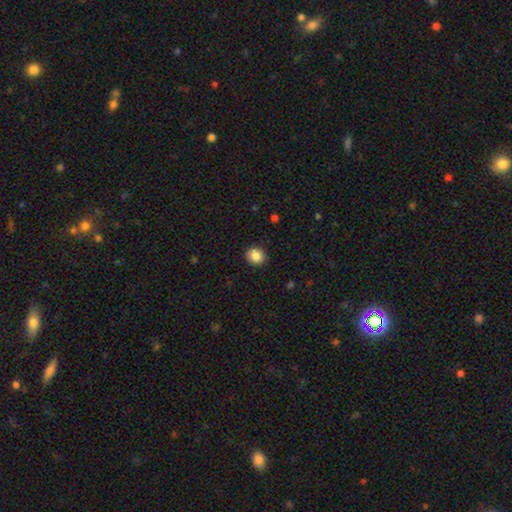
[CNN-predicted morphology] This appears to be a smooth galaxy with no disk features (87%) that is round (82%). Merging: none (91%).